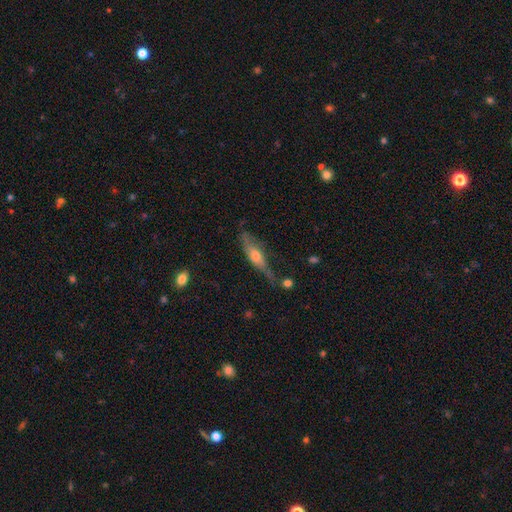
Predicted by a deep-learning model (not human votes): Smooth or featured? featured or disk (48%)
Merging? none (49%)